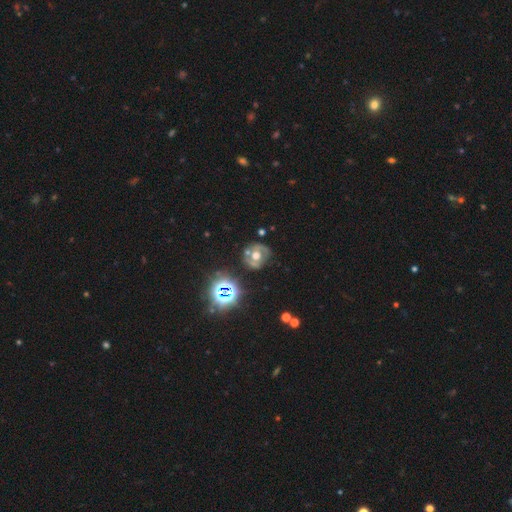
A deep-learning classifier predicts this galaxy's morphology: This is possibly a featured or disk galaxy (56%). It is clearly not viewed edge-on (96%). Bar: likely no (70%). Spiral arm pattern: possibly no (55%). Central bulge: likely moderate (61%). Merging: likely none (69%).